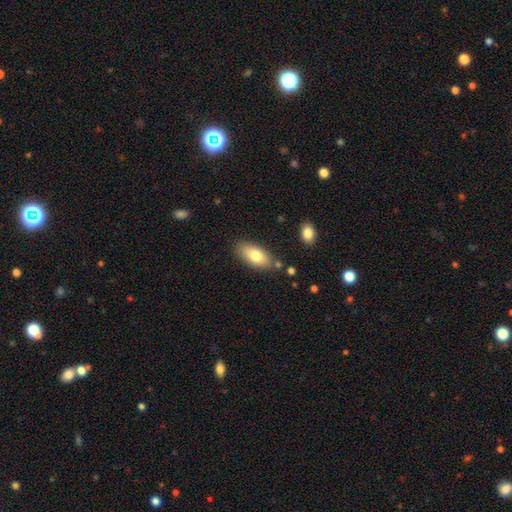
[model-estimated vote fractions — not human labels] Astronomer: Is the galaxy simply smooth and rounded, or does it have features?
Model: smooth — 77%.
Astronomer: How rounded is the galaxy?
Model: in between — 90%.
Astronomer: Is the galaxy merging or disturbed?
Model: none — 80%.